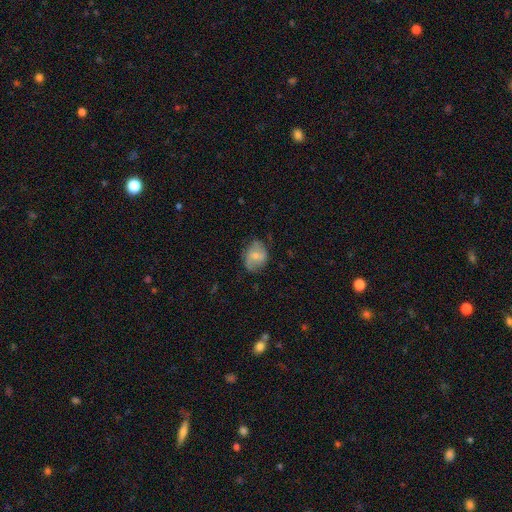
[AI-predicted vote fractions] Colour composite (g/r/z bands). It shows a smooth galaxy with no disk features (59%) that is in between round and cigar-shaped (59%). Merging: none (63%).